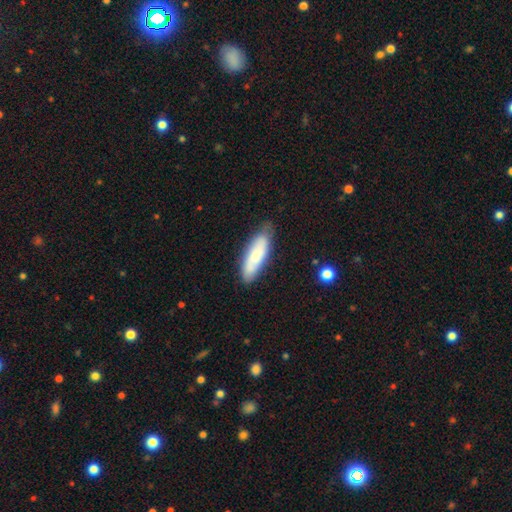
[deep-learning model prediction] smooth-or-featured: smooth: 72% | featured or disk: 22% | star or artifact: 6%
  how-rounded: cigar-shaped: 51% | in between: 47% | round: 2%
  merging: none: 72% | minor disturbance: 22% | major disturbance: 4% | merger: 2%